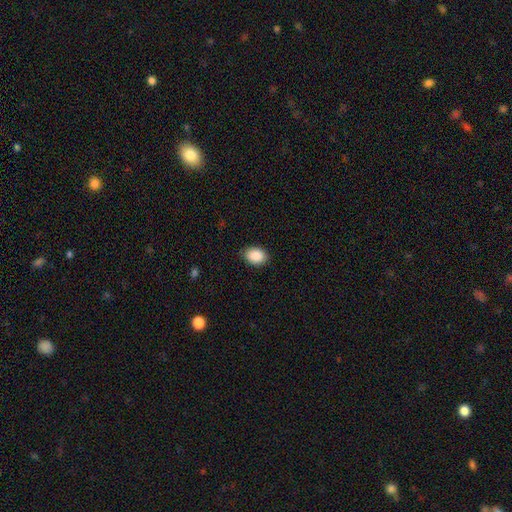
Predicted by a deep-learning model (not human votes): A smooth galaxy with no disk features (89%) that is in between round and cigar-shaped (79%).

Vote fractions:
- Smooth or featured? smooth: 89% / star or artifact: 7% / featured or disk: 3%
- How rounded? in between: 79% / round: 20% / cigar-shaped: 1%
- Merging? none: 86% / minor disturbance: 11% / major disturbance: 2% / merger: 1%